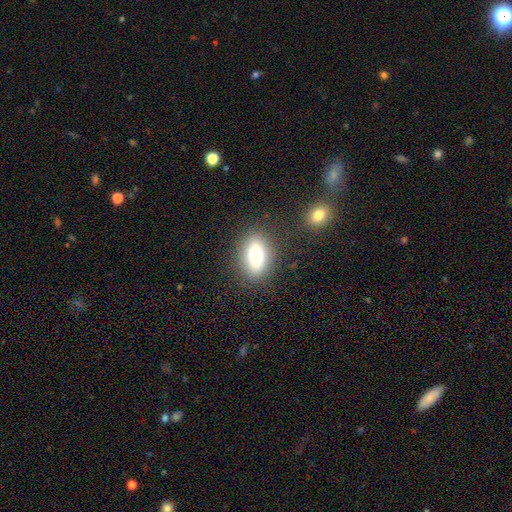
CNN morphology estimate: type=smooth (72%); roundness=in between (79%); merging=none (83%).